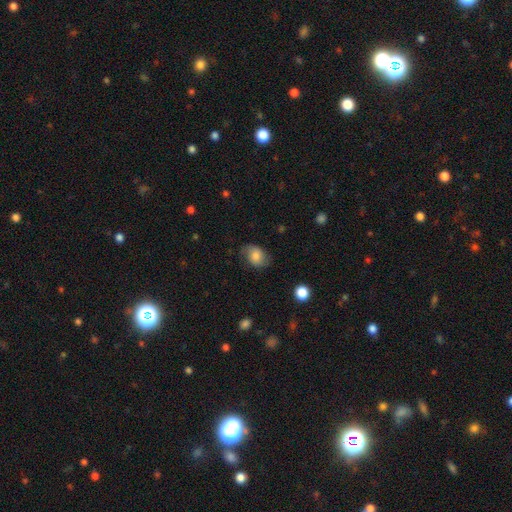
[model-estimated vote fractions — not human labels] Morphology: type=smooth (74%); roundness=in between (72%); merging=none (69%).